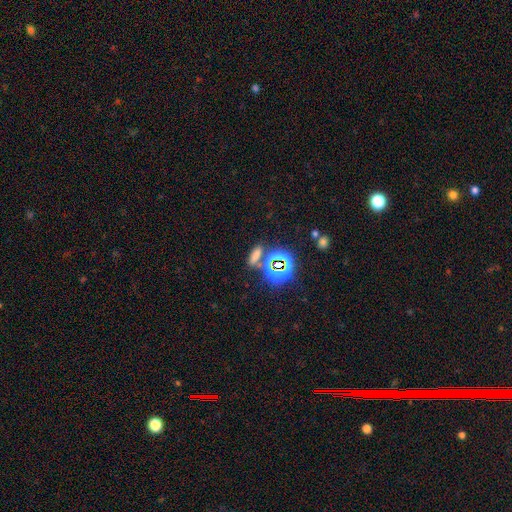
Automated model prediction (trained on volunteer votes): Q: Smooth or featured?
A: smooth (57%); runner-up: star or artifact (35%)
Q: How rounded?
A: in between (55%); runner-up: cigar-shaped (33%)
Q: Merging?
A: none (70%); runner-up: merger (14%)